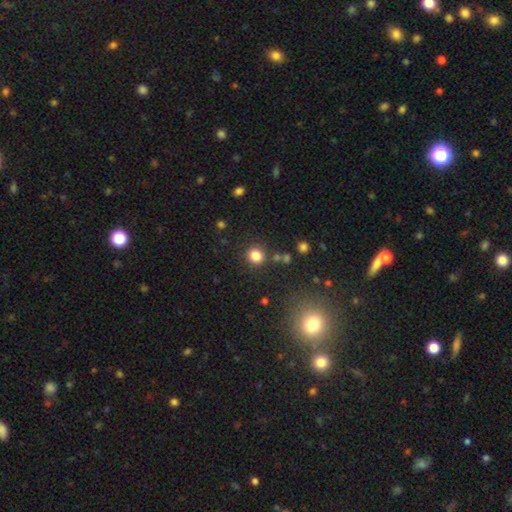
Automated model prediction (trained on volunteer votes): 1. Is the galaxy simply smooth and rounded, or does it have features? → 83% smooth, 12% star or artifact, 4% featured or disk.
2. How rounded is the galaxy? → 84% round, 15% in between, 1% cigar-shaped.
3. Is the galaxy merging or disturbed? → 84% none, 8% minor disturbance, 4% merger, 3% major disturbance.